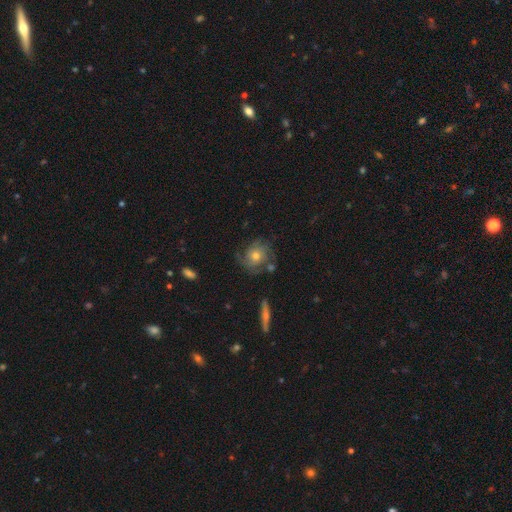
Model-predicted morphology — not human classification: A featured or disk galaxy (75%) with no bar (80%), 3 (32%) tight (52%) spiral arms (93%) and a moderate central bulge (65%). Merging: none (71%).